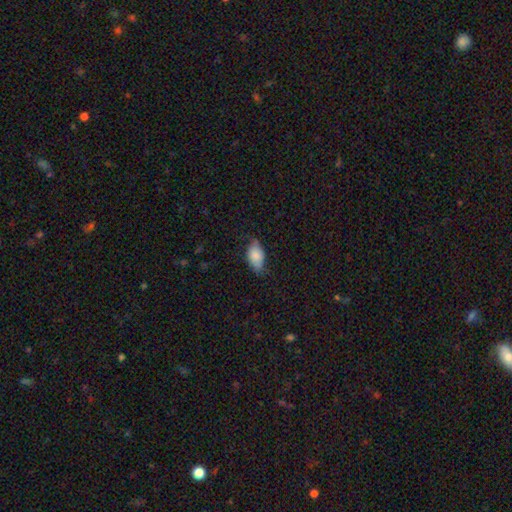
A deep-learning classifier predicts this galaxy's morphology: A smooth galaxy with no disk features (81%) that is in between round and cigar-shaped (92%).

Vote fractions:
- Smooth or featured? smooth: 81% / featured or disk: 12% / star or artifact: 7%
- How rounded? in between: 92% / round: 4% / cigar-shaped: 3%
- Merging? none: 65% / minor disturbance: 28% / major disturbance: 7% / merger: 1%